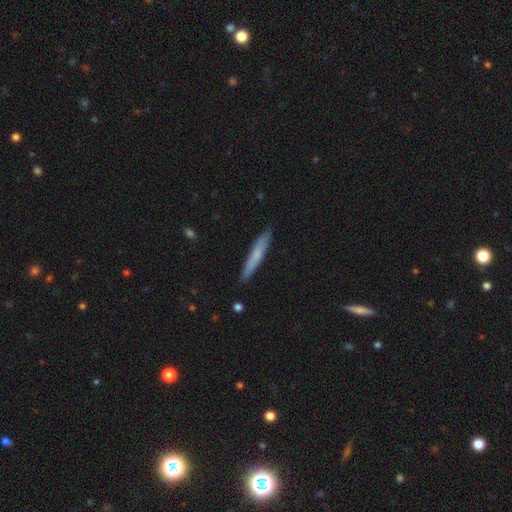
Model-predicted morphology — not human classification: Smooth or featured? smooth (64%)
How rounded? cigar-shaped (95%)
Merging? none (89%)